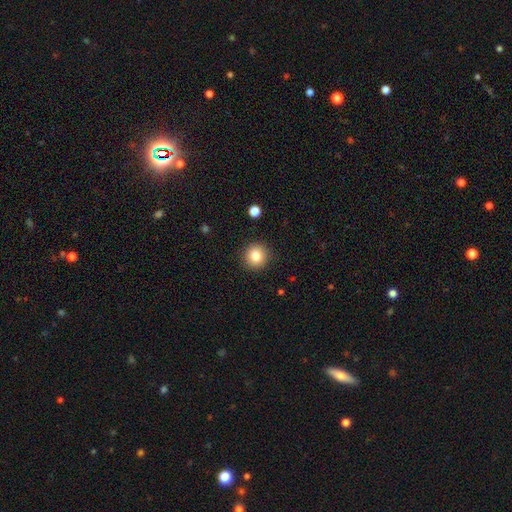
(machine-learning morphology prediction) Smooth or featured?
  - smooth: 83% *
  - star or artifact: 10%
  - featured or disk: 7%
How rounded?
  - round: 93% *
  - in between: 6%
  - cigar-shaped: 1%
Merging?
  - none: 90% *
  - minor disturbance: 6%
  - major disturbance: 2%
  - merger: 1%